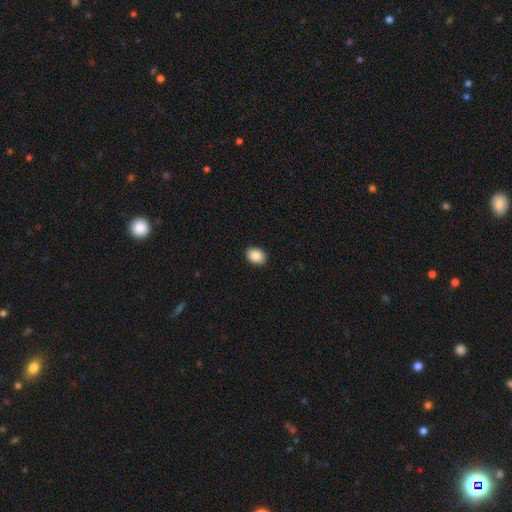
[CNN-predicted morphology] The model was most divided on "how rounded": in between: 75%, round: 24%, cigar-shaped: 1%. More confident: merging — none (90%); smooth or featured — smooth (89%).